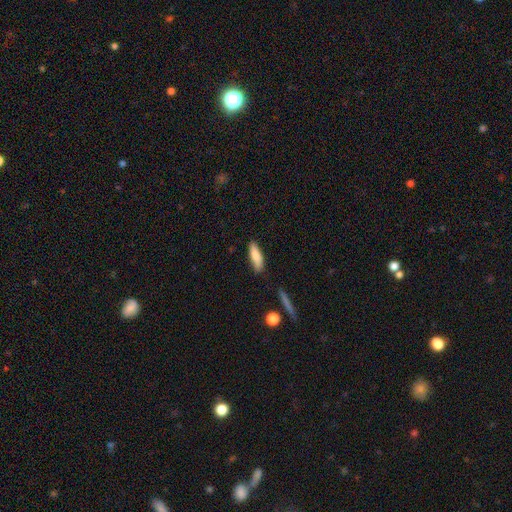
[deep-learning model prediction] This appears to be a smooth galaxy with no disk features (83%) that is cigar-shaped (51%). Merging: none (82%).